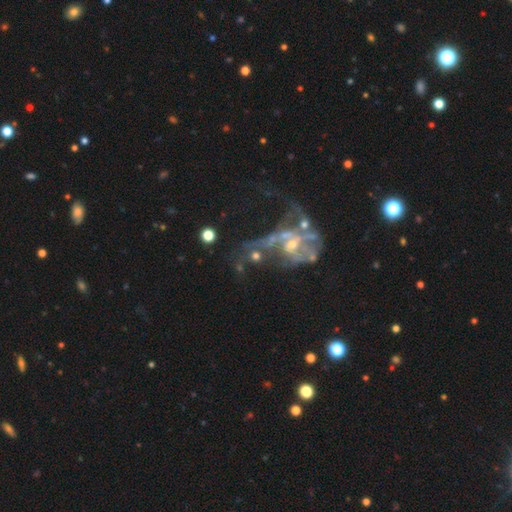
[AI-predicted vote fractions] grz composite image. It shows a featured or disk galaxy (45%). Merging: none (36%).